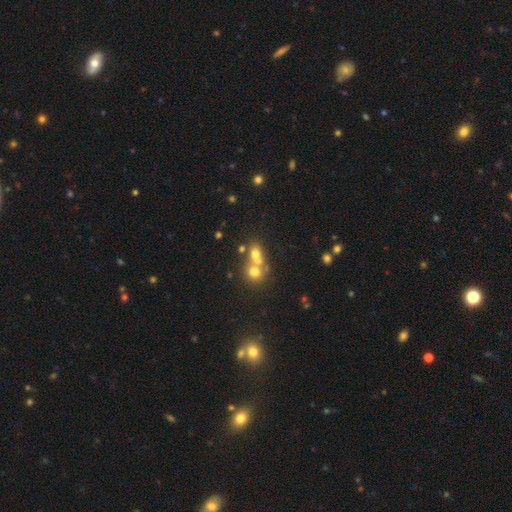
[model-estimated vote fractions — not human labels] smooth_or_featured: smooth (p=0.56) [alt: star or artifact p=0.23]
how_rounded: round (p=0.72) [alt: in between p=0.26]
merging: merger (p=0.55) [alt: none p=0.35]